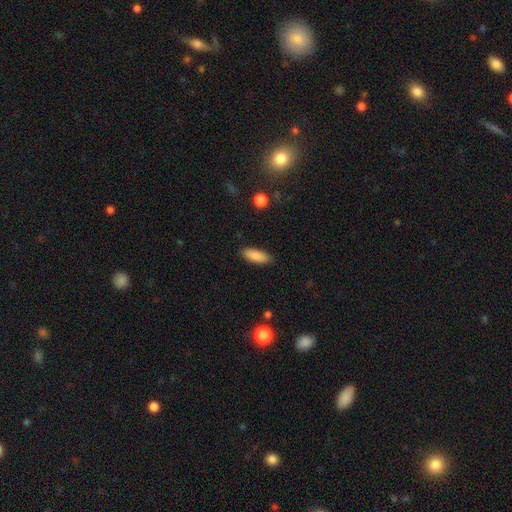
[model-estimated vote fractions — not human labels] smooth-or-featured: smooth: 87% | featured or disk: 7% | star or artifact: 7%
  how-rounded: in between: 66% | cigar-shaped: 32% | round: 2%
  merging: none: 87% | minor disturbance: 9% | major disturbance: 2% | merger: 1%